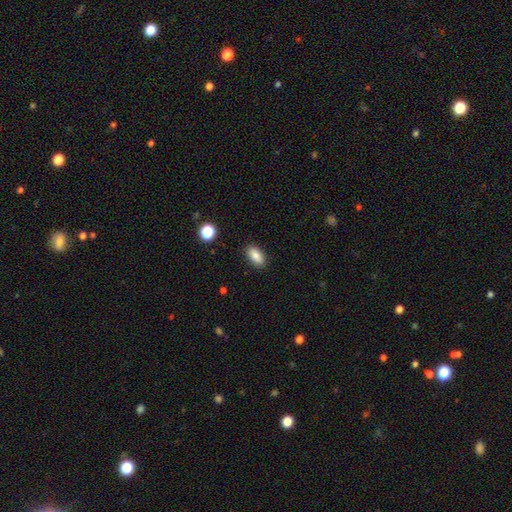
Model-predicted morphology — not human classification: This appears to be a smooth galaxy with no disk features (86%) that is in between round and cigar-shaped (91%). Merging: none (88%).